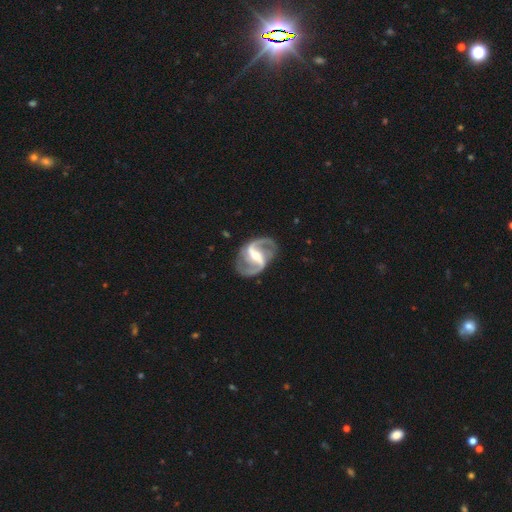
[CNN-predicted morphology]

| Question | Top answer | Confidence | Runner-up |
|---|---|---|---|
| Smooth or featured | featured or disk | 93% | star or artifact (4%) |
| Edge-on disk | no | 98% | yes (2%) |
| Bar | strong | 59% | weak (30%) |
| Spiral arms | yes | 98% | no (2%) |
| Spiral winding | medium | 52% | loose (36%) |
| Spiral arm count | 2 | 93% | 3 (2%) |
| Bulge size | moderate | 48% | small (45%) |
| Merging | none | 81% | minor disturbance (12%) |